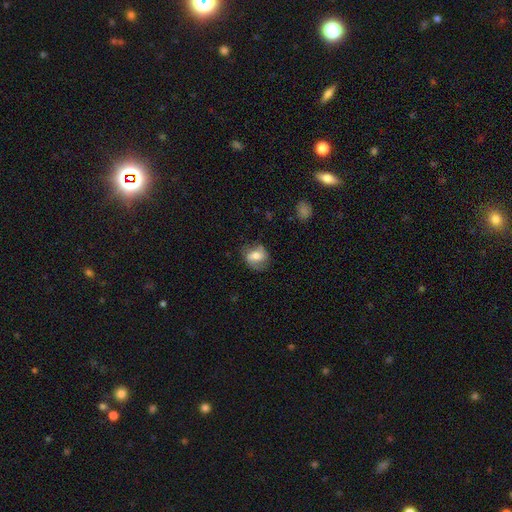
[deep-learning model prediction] smooth-or-featured: smooth: 60% | featured or disk: 32% | star or artifact: 8%
  how-rounded: in between: 51% | round: 47% | cigar-shaped: 2%
  merging: none: 66% | minor disturbance: 23% | major disturbance: 9% | merger: 2%